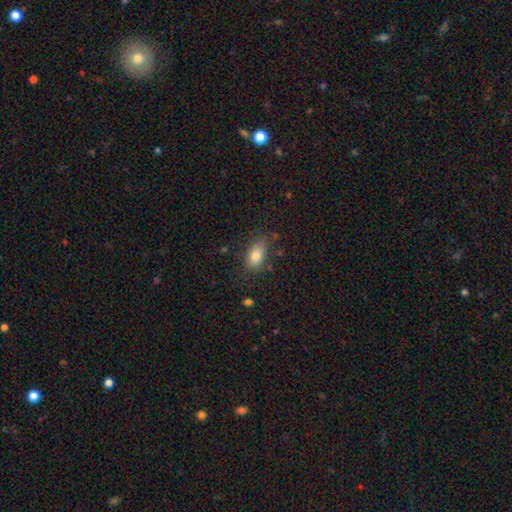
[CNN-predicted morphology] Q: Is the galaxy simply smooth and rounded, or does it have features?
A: smooth — 81%.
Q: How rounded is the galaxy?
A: in between — 88%.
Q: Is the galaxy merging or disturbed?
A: none — 72%.